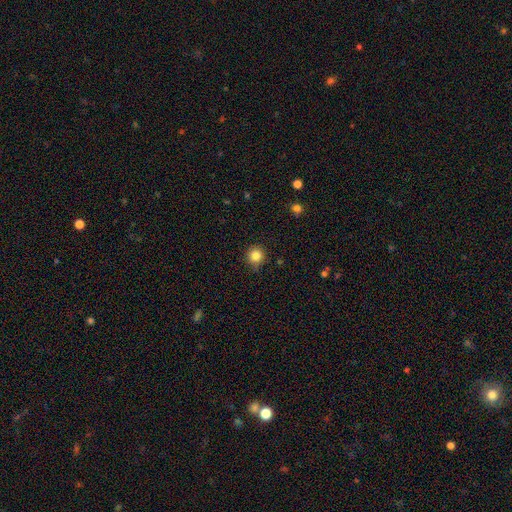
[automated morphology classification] This appears to be a smooth galaxy with no disk features (84%) that is round (93%). Merging: none (86%).